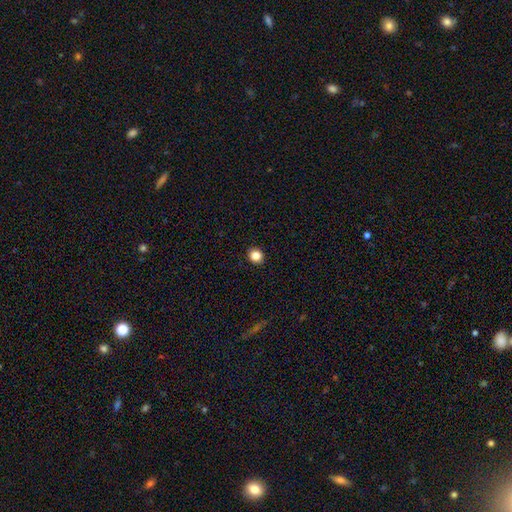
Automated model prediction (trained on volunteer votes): This is clearly a smooth galaxy (85%). How rounded: clearly round (86%). Merging: clearly none (93%).